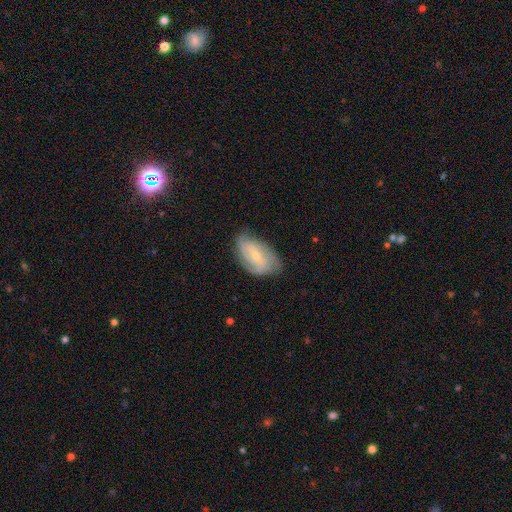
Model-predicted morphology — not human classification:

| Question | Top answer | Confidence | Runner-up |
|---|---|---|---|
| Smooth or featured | featured or disk | 69% | smooth (24%) |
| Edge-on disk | no | 95% | yes (5%) |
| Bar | weak | 44% | no (42%) |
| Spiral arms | yes | 89% | no (11%) |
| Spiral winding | tight | 43% | medium (40%) |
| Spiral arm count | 2 | 35% | can't tell (28%) |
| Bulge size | small | 56% | moderate (40%) |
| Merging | none | 70% | minor disturbance (24%) |